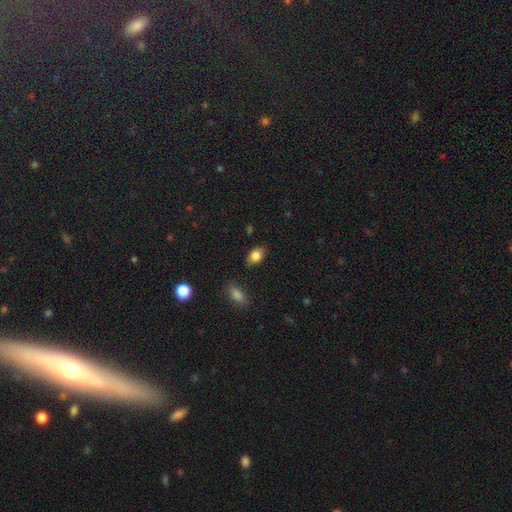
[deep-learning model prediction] A smooth galaxy with no disk features (83%) that is in between round and cigar-shaped (84%). Merging: none (84%).